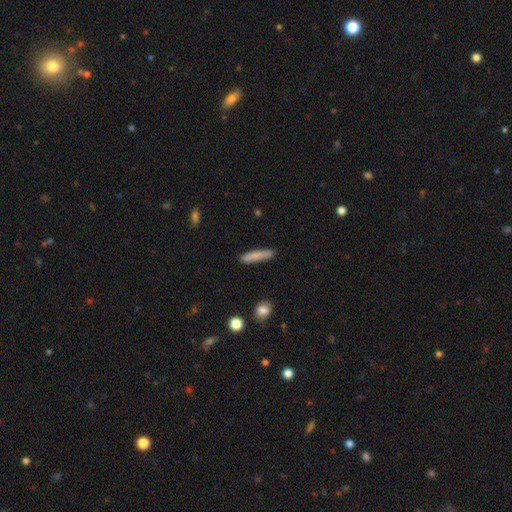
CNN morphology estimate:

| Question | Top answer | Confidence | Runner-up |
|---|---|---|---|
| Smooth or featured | smooth | 81% | featured or disk (12%) |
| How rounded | cigar-shaped | 89% | in between (10%) |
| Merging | none | 84% | minor disturbance (12%) |